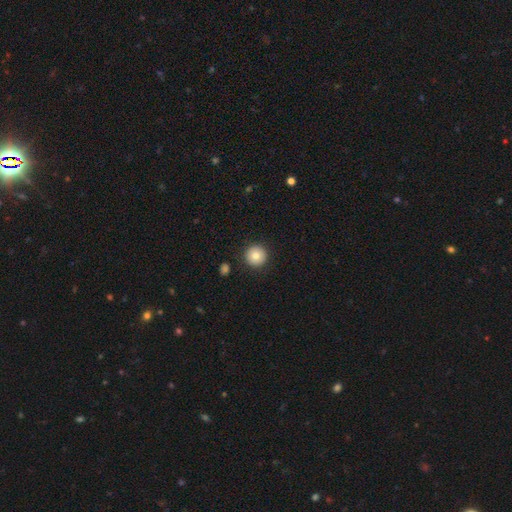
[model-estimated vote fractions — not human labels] Smooth or featured? Predicted: smooth (p=0.83). How rounded? Predicted: round (p=0.96). Merging? Predicted: none (p=0.91).